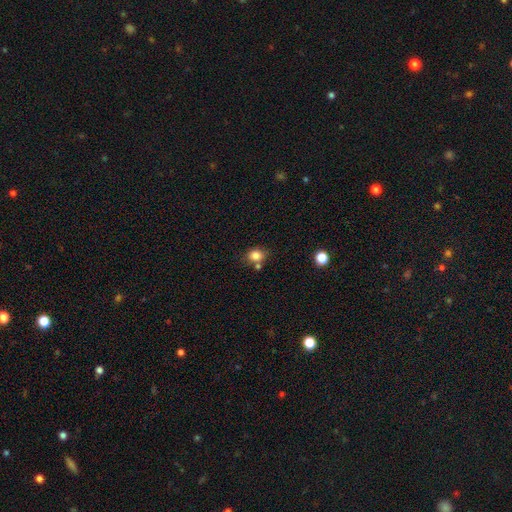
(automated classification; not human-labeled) smooth-or-featured: smooth: 83% | star or artifact: 11% | featured or disk: 6%
  how-rounded: round: 60% | in between: 39% | cigar-shaped: 1%
  merging: none: 67% | merger: 15% | minor disturbance: 14% | major disturbance: 4%